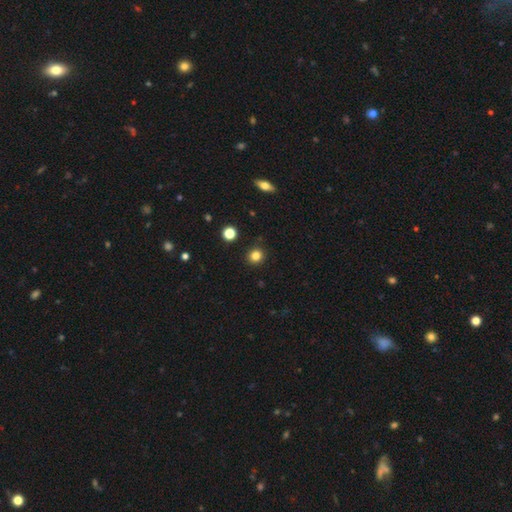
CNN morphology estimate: A smooth galaxy with no disk features (83%) that is round (88%).

Vote fractions:
- Smooth or featured? smooth: 83% / star or artifact: 12% / featured or disk: 5%
- How rounded? round: 88% / in between: 11% / cigar-shaped: 1%
- Merging? none: 90% / minor disturbance: 6% / major disturbance: 2% / merger: 2%